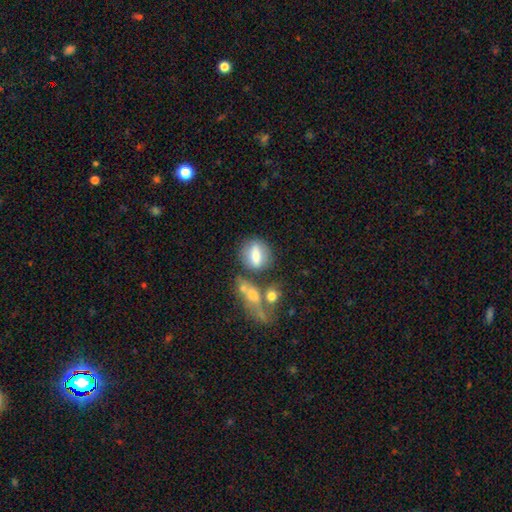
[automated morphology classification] This is likely a smooth galaxy (68%). How rounded: possibly in between (54%). Merging: likely none (63%).